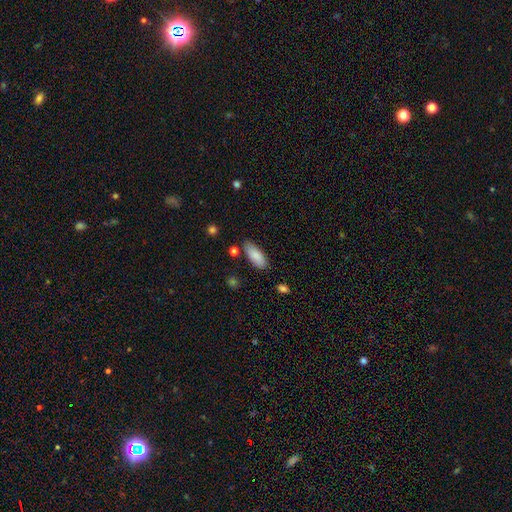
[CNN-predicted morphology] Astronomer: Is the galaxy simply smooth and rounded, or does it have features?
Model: smooth — 86%.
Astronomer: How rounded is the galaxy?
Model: in between — 81%.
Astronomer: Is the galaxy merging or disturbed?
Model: none — 78%.